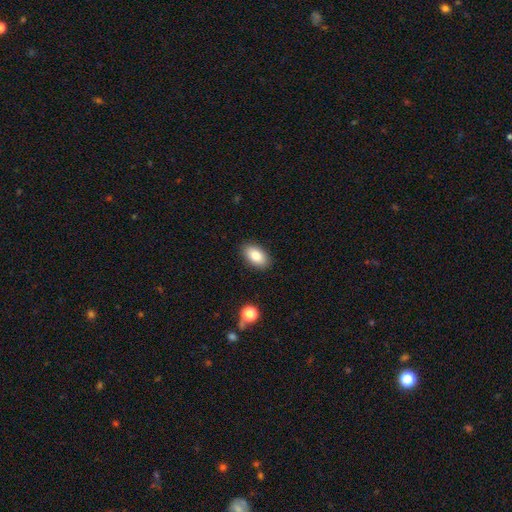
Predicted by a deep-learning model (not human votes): A smooth galaxy with no disk features (83%) that is in between round and cigar-shaped (93%).

Vote fractions:
- Smooth or featured? smooth: 83% / featured or disk: 9% / star or artifact: 8%
- How rounded? in between: 93% / round: 5% / cigar-shaped: 2%
- Merging? none: 89% / minor disturbance: 8% / major disturbance: 2% / merger: 1%